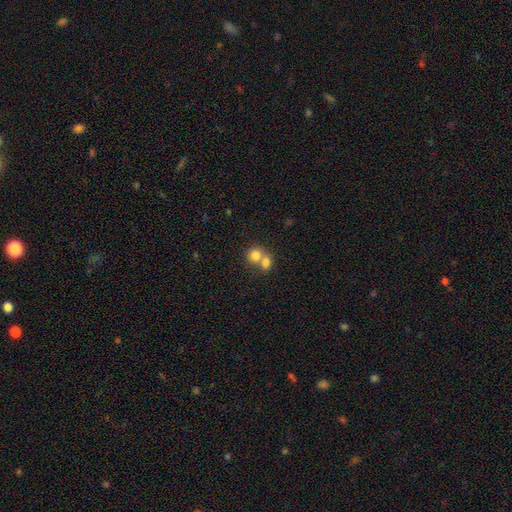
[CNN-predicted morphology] smooth-or-featured: smooth: 78% | featured or disk: 13% | star or artifact: 9%
  how-rounded: round: 73% | in between: 26% | cigar-shaped: 1%
  merging: merger: 64% | none: 29% | minor disturbance: 5% | major disturbance: 3%